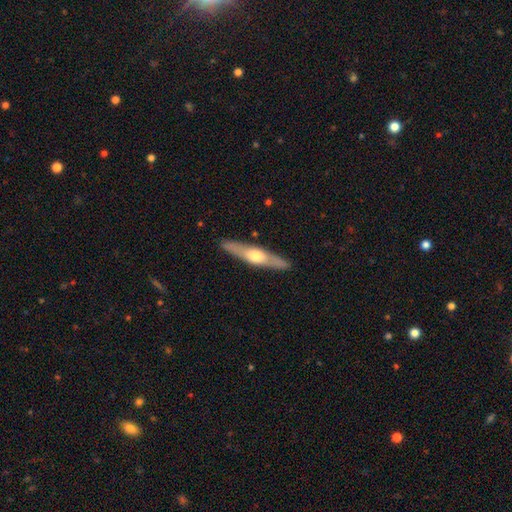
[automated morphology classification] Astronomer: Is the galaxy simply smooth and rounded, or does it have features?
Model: featured or disk — 58% (runner-up: smooth, 37%).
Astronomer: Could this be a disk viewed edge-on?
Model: yes — 91%.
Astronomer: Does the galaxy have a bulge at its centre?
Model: rounded — 91%.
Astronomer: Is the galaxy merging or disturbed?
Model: none — 89%.